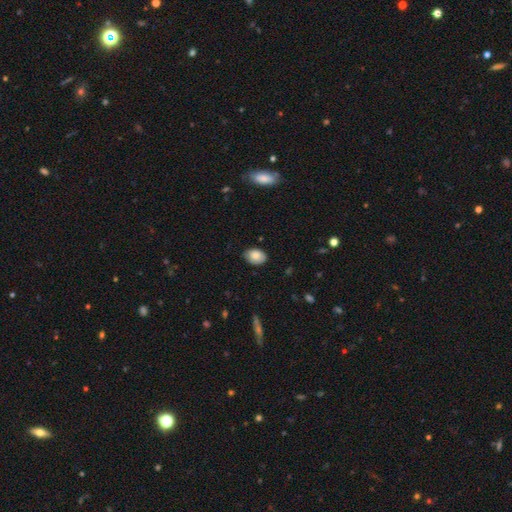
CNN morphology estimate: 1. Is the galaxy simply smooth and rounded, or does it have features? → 81% smooth, 12% featured or disk, 7% star or artifact.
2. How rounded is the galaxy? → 82% in between, 17% round, 1% cigar-shaped.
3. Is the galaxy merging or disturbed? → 78% none, 18% minor disturbance, 3% major disturbance, 1% merger.